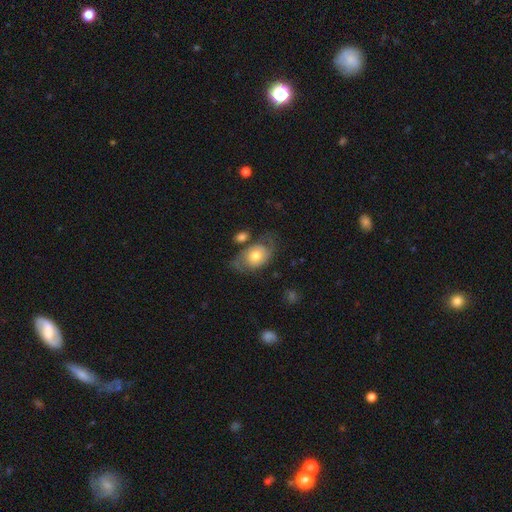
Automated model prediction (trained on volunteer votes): Smooth or featured? featured or disk (53%)
Edge-on disk? no (95%)
Bar? no (81%)
Spiral arms? yes (72%)
Bulge size? moderate (68%)
Merging? none (52%)